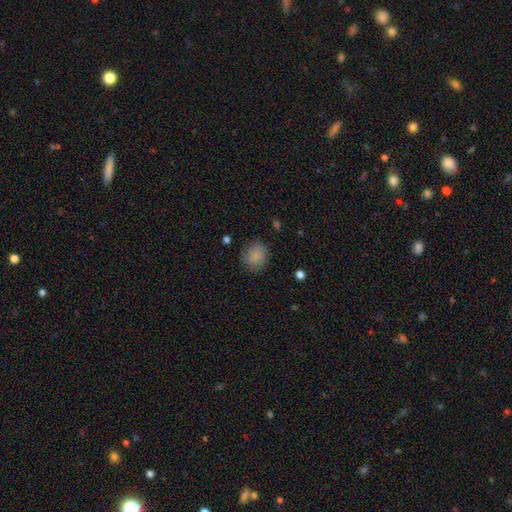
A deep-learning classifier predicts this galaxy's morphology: Smooth or featured?
  - smooth: 85% *
  - star or artifact: 10%
  - featured or disk: 6%
How rounded?
  - round: 76% *
  - in between: 23%
  - cigar-shaped: 1%
Merging?
  - none: 82% *
  - minor disturbance: 13%
  - major disturbance: 4%
  - merger: 1%